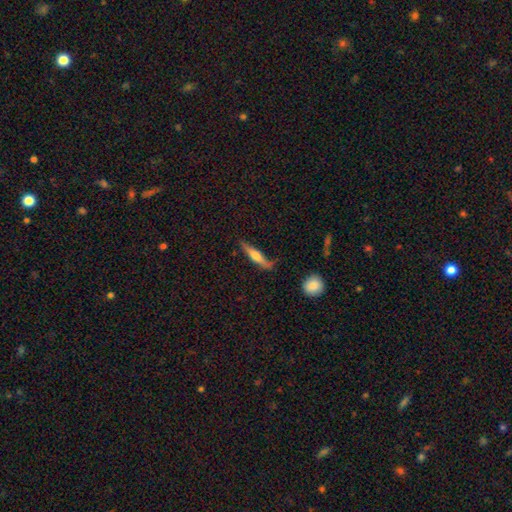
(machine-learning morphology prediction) This appears to be a featured or disk galaxy (52%) viewed edge-on (92%). Merging: none (69%).